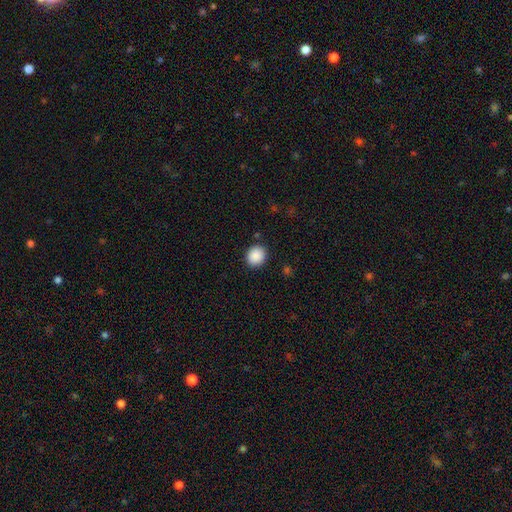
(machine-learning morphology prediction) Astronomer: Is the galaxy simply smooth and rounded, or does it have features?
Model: smooth — 89%.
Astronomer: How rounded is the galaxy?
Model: round — 78%.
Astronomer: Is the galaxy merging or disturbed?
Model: none — 90%.